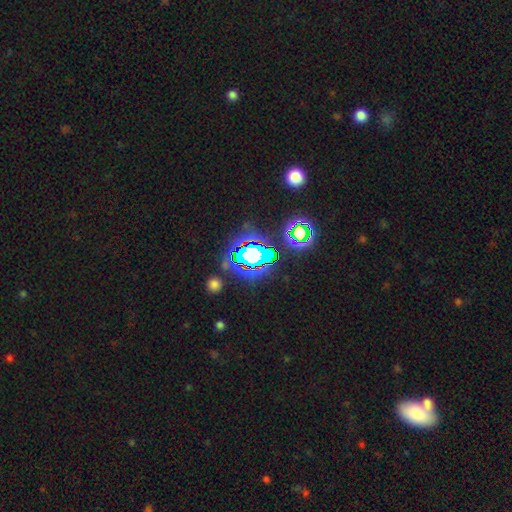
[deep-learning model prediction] A star or artifact, not a galaxy (76%).